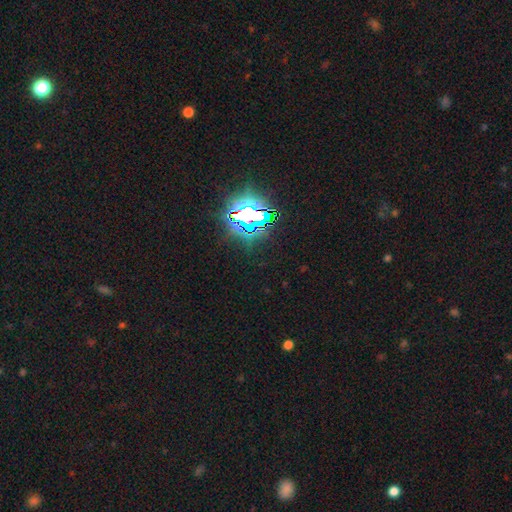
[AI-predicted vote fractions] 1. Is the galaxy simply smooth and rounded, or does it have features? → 84% star or artifact, 10% smooth, 6% featured or disk.